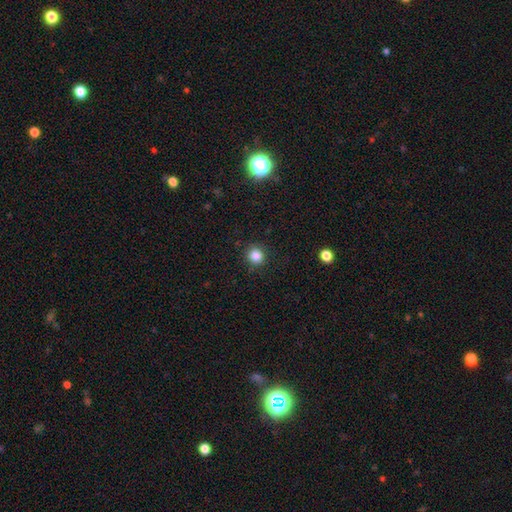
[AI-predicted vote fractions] A smooth galaxy with no disk features (85%) that is round (91%).

Vote fractions:
- Smooth or featured? smooth: 85% / star or artifact: 11% / featured or disk: 4%
- How rounded? round: 91% / in between: 8% / cigar-shaped: 1%
- Merging? none: 89% / minor disturbance: 7% / major disturbance: 2% / merger: 1%